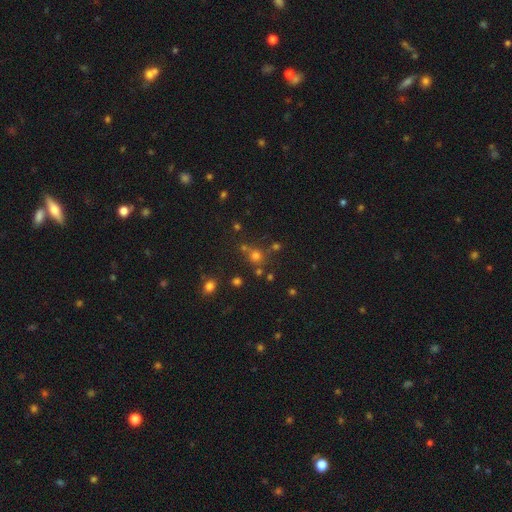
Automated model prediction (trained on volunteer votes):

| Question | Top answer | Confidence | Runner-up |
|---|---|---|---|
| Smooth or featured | smooth | 64% | star or artifact (27%) |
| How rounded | round | 87% | in between (12%) |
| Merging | none | 65% | merger (20%) |